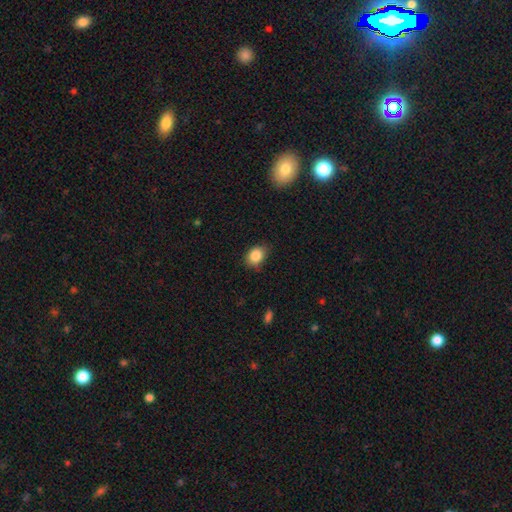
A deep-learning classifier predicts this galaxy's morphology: Smooth or featured?
  - smooth: 86% *
  - star or artifact: 9%
  - featured or disk: 5%
How rounded?
  - in between: 60% *
  - round: 39%
  - cigar-shaped: 1%
Merging?
  - none: 77% *
  - minor disturbance: 18%
  - major disturbance: 3%
  - merger: 1%